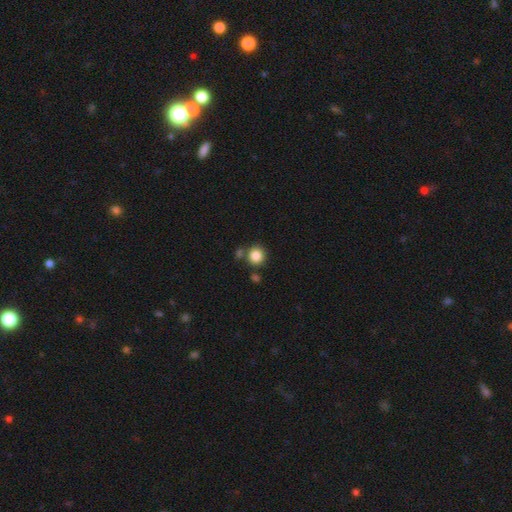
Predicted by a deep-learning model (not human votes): Overall: smooth (85%). How rounded: round (90%). Merging: none (75%).